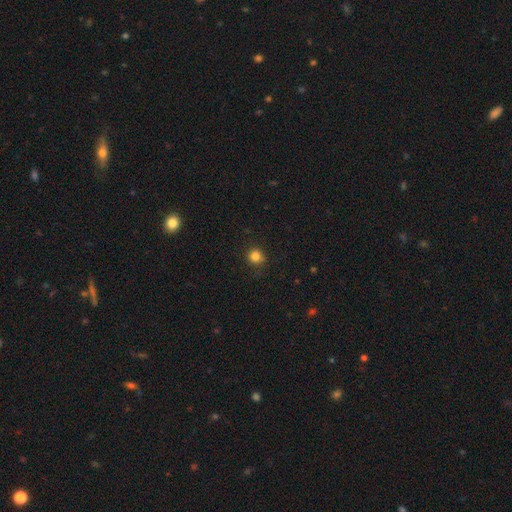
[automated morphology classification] The model was most divided on "smooth or featured": smooth: 83%, star or artifact: 13%, featured or disk: 4%. More confident: how rounded — round (91%); merging — none (86%).